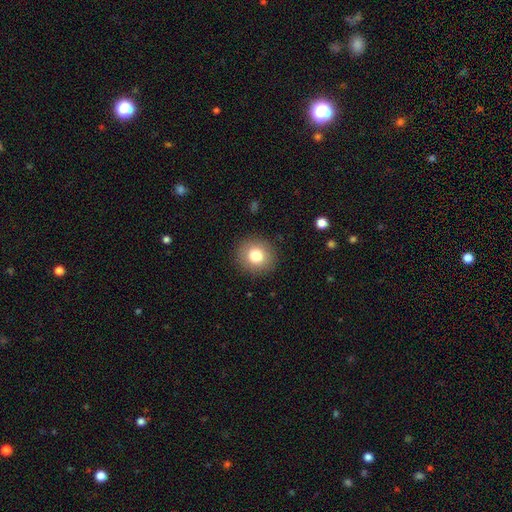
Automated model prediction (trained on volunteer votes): Smooth or featured?
  - smooth: 79% *
  - featured or disk: 11%
  - star or artifact: 10%
How rounded?
  - round: 90% *
  - in between: 9%
  - cigar-shaped: 1%
Merging?
  - none: 90% *
  - minor disturbance: 6%
  - major disturbance: 2%
  - merger: 1%